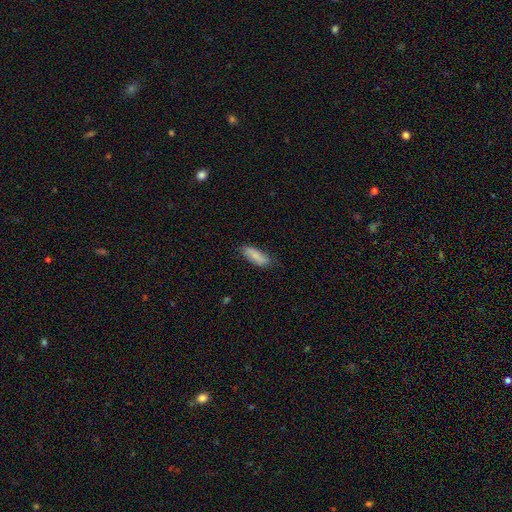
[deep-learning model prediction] smooth-or-featured: smooth: 81% | featured or disk: 13% | star or artifact: 6%
  how-rounded: in between: 66% | cigar-shaped: 32% | round: 2%
  merging: none: 74% | minor disturbance: 21% | major disturbance: 4% | merger: 1%